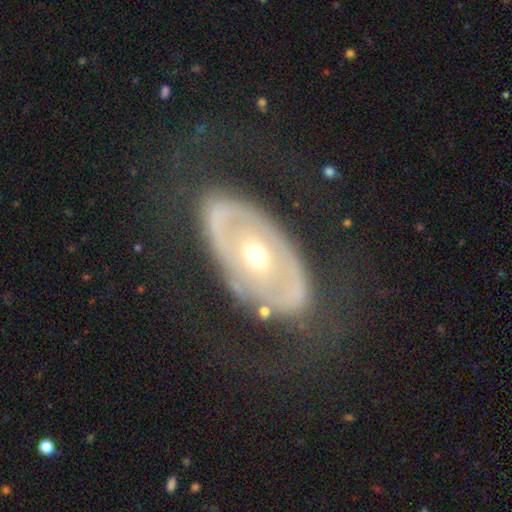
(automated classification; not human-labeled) featured or disk 73%, smooth 21%, star or artifact 6%. Down the decision tree: edge-on disk — no (91%); bar — no (73%); spiral arms — no (67%); bulge size — moderate (65%); merging — none (72%).